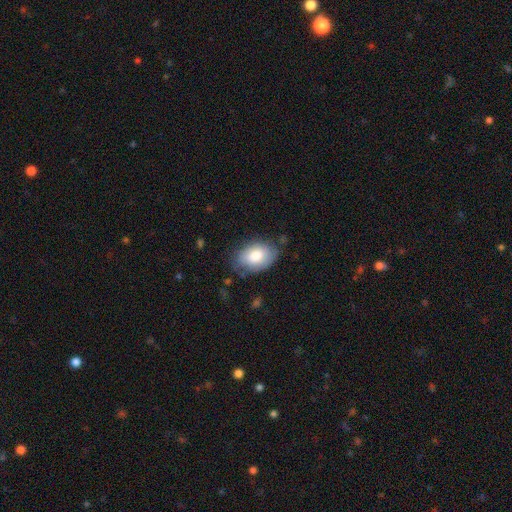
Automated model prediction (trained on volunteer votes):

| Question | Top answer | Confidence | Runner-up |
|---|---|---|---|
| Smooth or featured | smooth | 79% | featured or disk (14%) |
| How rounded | in between | 87% | round (12%) |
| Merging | none | 71% | minor disturbance (22%) |